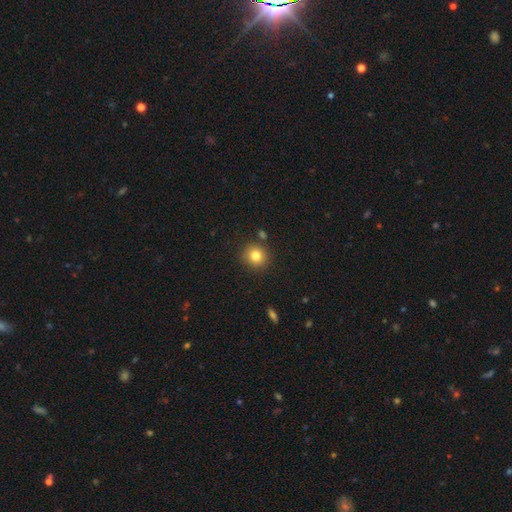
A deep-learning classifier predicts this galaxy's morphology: smooth_or_featured: smooth (p=0.82) [alt: star or artifact p=0.11]
how_rounded: round (p=0.90) [alt: in between p=0.09]
merging: none (p=0.84) [alt: minor disturbance p=0.08]